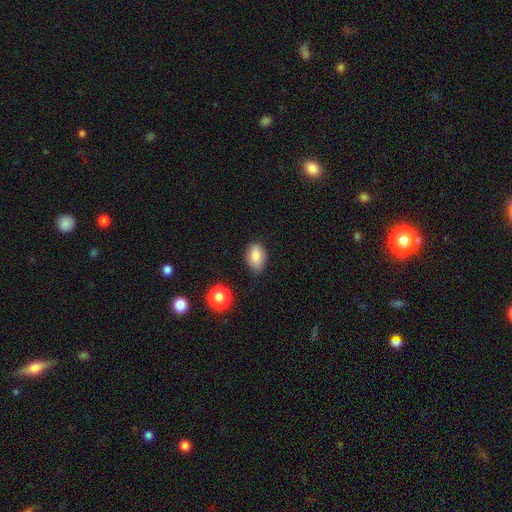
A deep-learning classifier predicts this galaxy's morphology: Smooth or featured?
  - smooth: 83% *
  - star or artifact: 9%
  - featured or disk: 8%
How rounded?
  - in between: 86% *
  - round: 13%
  - cigar-shaped: 1%
Merging?
  - none: 74% *
  - minor disturbance: 20%
  - major disturbance: 3%
  - merger: 2%